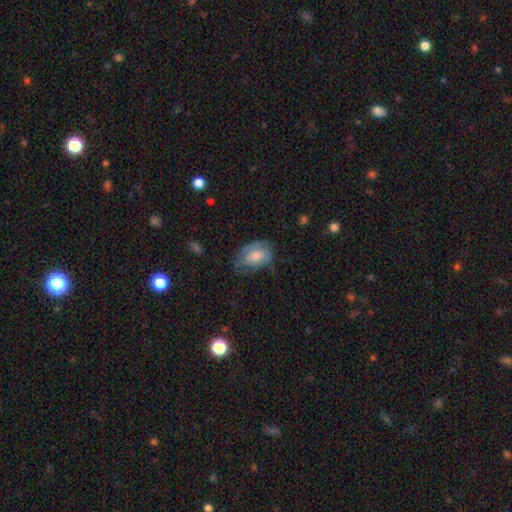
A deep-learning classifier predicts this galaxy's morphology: smooth-or-featured: smooth: 65% | featured or disk: 27% | star or artifact: 7%
  how-rounded: in between: 83% | round: 16% | cigar-shaped: 1%
  merging: none: 45% | minor disturbance: 35% | major disturbance: 18% | merger: 2%